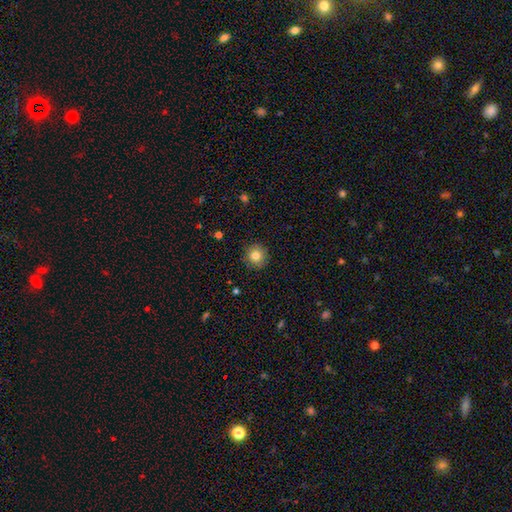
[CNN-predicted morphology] Smooth or featured?
  - smooth: 82% *
  - star or artifact: 10%
  - featured or disk: 8%
How rounded?
  - round: 94% *
  - in between: 5%
  - cigar-shaped: 1%
Merging?
  - none: 91% *
  - minor disturbance: 7%
  - major disturbance: 2%
  - merger: 1%